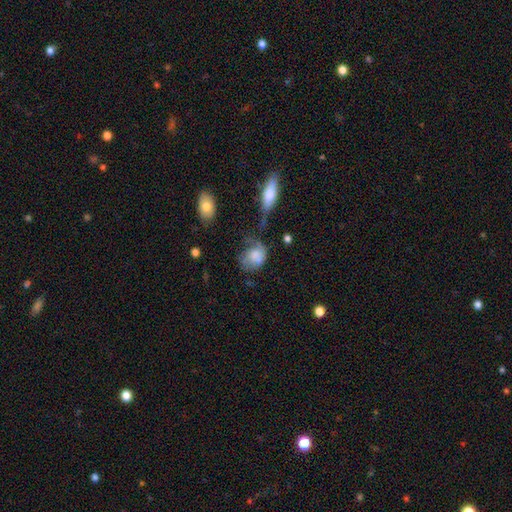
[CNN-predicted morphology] type=smooth (65%); roundness=in between (51%); merging=major disturbance (34%).